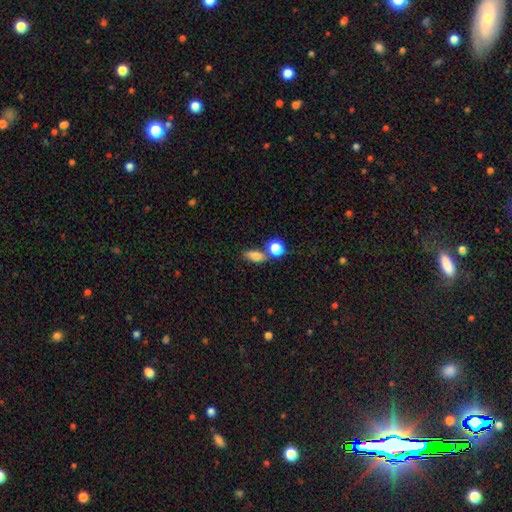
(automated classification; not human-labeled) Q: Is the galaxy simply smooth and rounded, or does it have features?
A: smooth — 79%.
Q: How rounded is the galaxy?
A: in between — 71%.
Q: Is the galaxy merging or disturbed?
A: none — 54%.